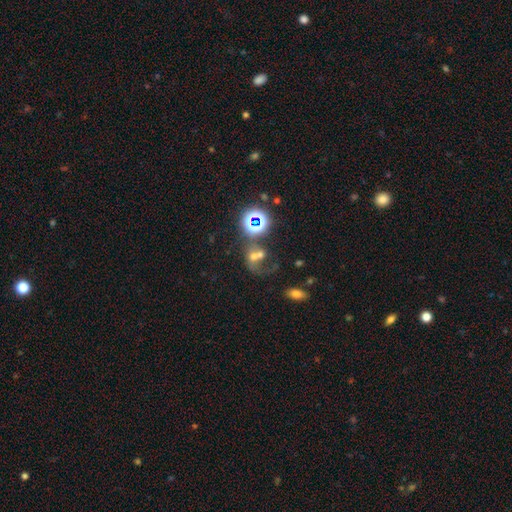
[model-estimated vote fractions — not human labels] Smooth or featured? smooth (42%)
Merging? merger (55%)